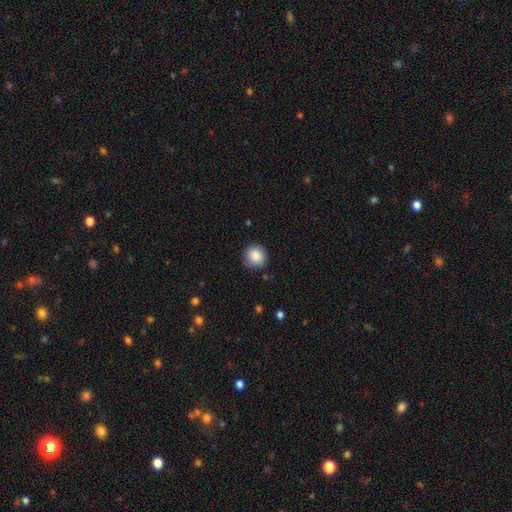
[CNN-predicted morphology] A smooth galaxy with no disk features (88%) that is round (93%).

Vote fractions:
- Smooth or featured? smooth: 88% / star or artifact: 8% / featured or disk: 4%
- How rounded? round: 93% / in between: 6% / cigar-shaped: 1%
- Merging? none: 83% / minor disturbance: 13% / major disturbance: 3% / merger: 1%